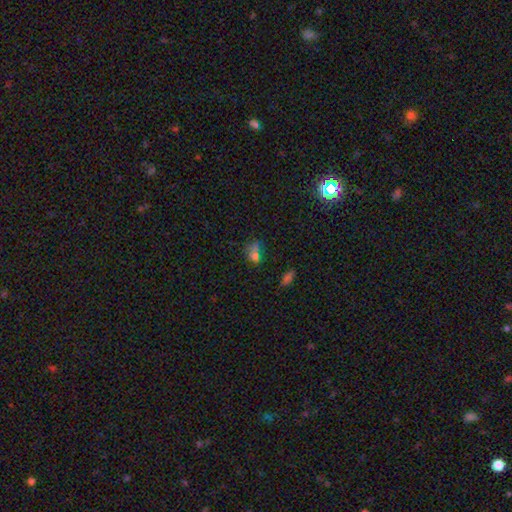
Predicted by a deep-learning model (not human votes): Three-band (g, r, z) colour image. It shows a smooth galaxy with no disk features (55%) that is in between round and cigar-shaped (54%). Merging: none (42%).